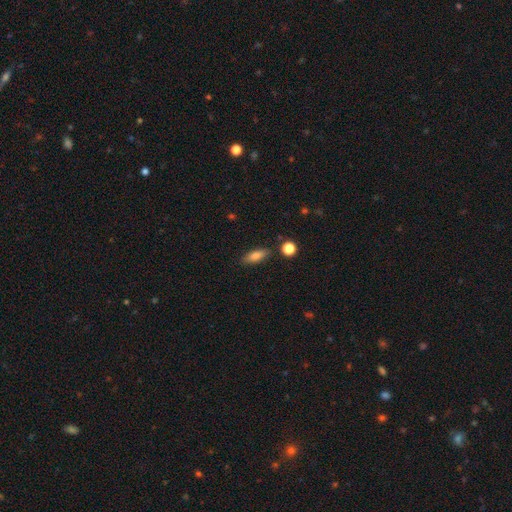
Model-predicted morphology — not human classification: This appears to be a smooth galaxy with no disk features (79%) that is in between round and cigar-shaped (65%). Merging: none (84%).